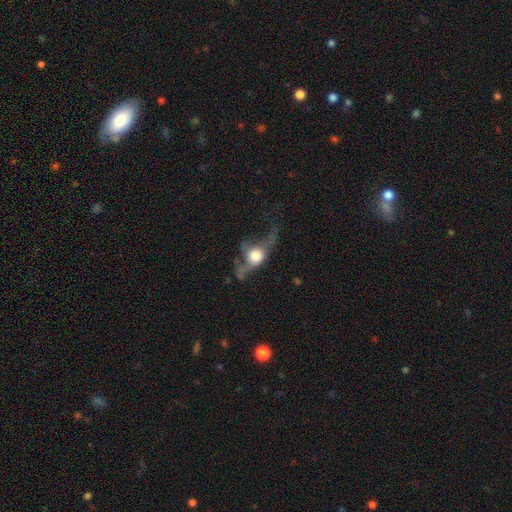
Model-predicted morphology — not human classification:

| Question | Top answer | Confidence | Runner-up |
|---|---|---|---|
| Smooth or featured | featured or disk | 50% | smooth (40%) |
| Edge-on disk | no | 52% | yes (48%) |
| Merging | major disturbance | 49% | none (26%) |